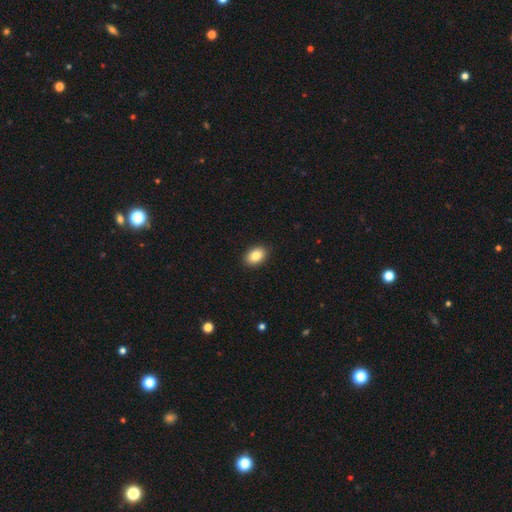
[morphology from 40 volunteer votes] Overall: smooth (82%). How rounded: in between (88%). Merging: none (94%).